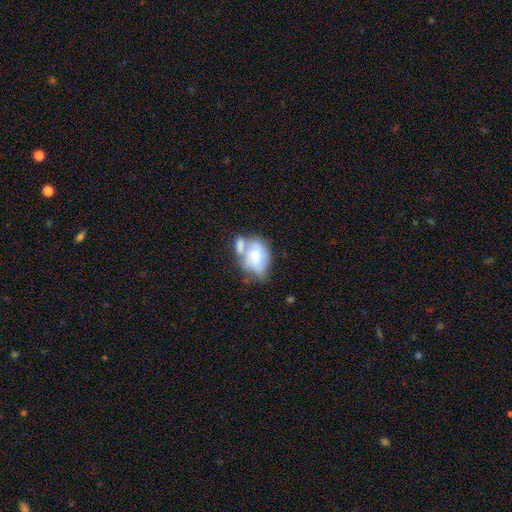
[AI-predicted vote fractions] smooth-or-featured: smooth: 54% | featured or disk: 39% | star or artifact: 7%
  how-rounded: in between: 75% | round: 23% | cigar-shaped: 2%
  merging: merger: 49% | none: 23% | minor disturbance: 17% | major disturbance: 12%